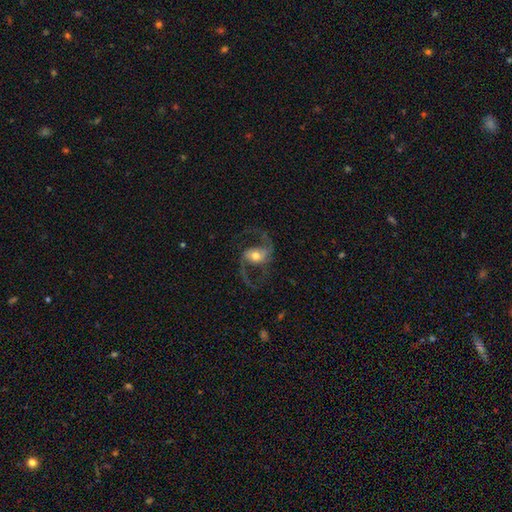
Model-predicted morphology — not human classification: A featured or disk galaxy (89%) with no bar (39%), 2 (94%) loose (49%) spiral arms (97%) and a moderate central bulge (66%).

Vote fractions:
- Smooth or featured? featured or disk: 89% / smooth: 6% / star or artifact: 5%
- Edge-on disk? no: 98% / yes: 2%
- Bar? no: 39% / weak: 36% / strong: 26%
- Spiral arms? yes: 97% / no: 3%
- Spiral winding? loose: 49% / medium: 44% / tight: 7%
- Spiral arm count? 2: 94% / 1: 2% / can't tell: 1% / 3: 1% / 4: 1% / more than 4: 1%
- Bulge size? moderate: 66% / small: 23% / large: 9% / dominant: 1% / none: 1%
- Merging? none: 76% / minor disturbance: 11% / major disturbance: 11% / merger: 1%